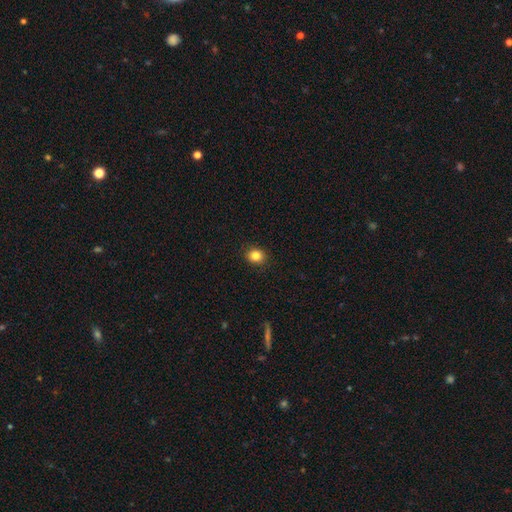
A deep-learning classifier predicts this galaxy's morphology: type=smooth (83%); roundness=round (71%); merging=none (91%).